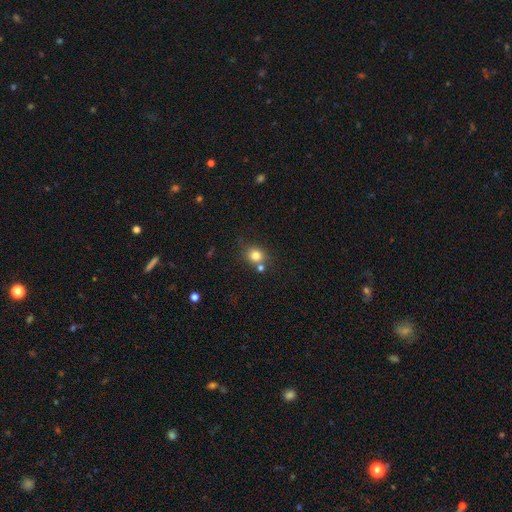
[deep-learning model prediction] smooth_or_featured: smooth (p=0.80) [alt: star or artifact p=0.12]
how_rounded: round (p=0.78) [alt: in between p=0.21]
merging: none (p=0.65) [alt: merger p=0.19]